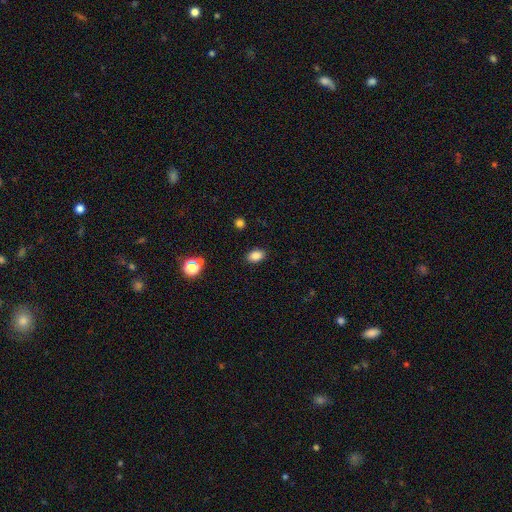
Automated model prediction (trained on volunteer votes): Morphology: type=smooth (84%); roundness=in between (85%); merging=none (87%).